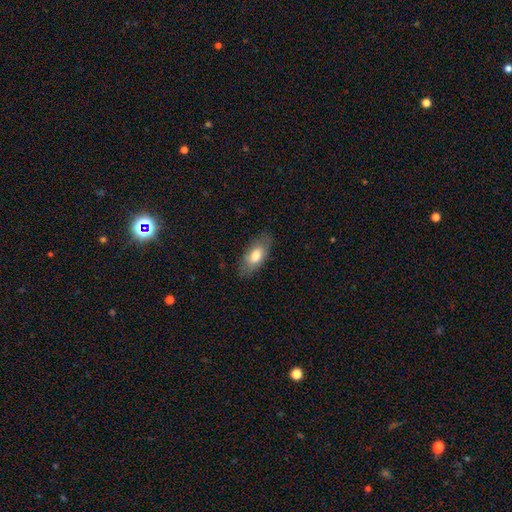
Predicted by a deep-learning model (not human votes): Smooth or featured? smooth (74%)
How rounded? in between (87%)
Merging? none (81%)